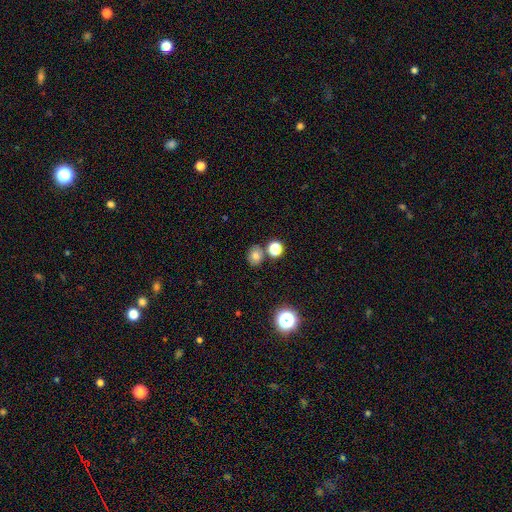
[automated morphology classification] The model was most divided on "how rounded": round: 69%, in between: 30%, cigar-shaped: 1%. More confident: merging — none (76%); smooth or featured — smooth (71%).